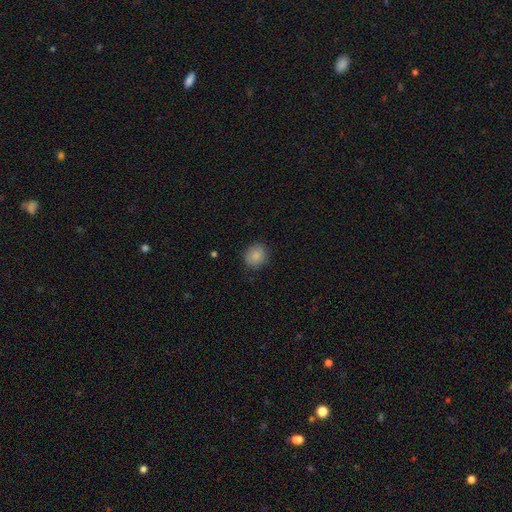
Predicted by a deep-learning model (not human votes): This is clearly a smooth galaxy (87%). How rounded: likely round (75%). Merging: clearly none (85%).